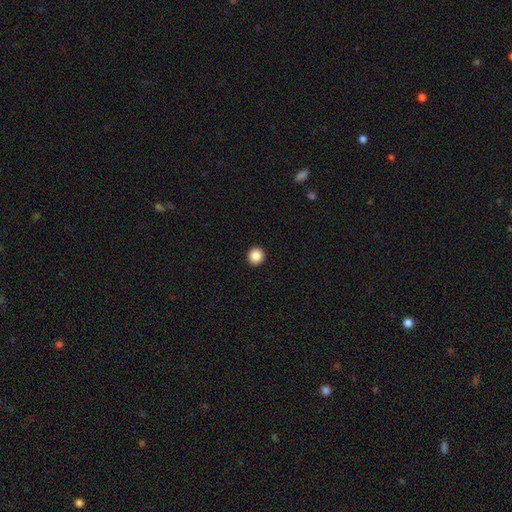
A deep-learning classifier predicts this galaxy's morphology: Q: Smooth or featured?
A: smooth (87%); runner-up: star or artifact (10%)
Q: How rounded?
A: round (95%); runner-up: in between (4%)
Q: Merging?
A: none (94%); runner-up: minor disturbance (4%)